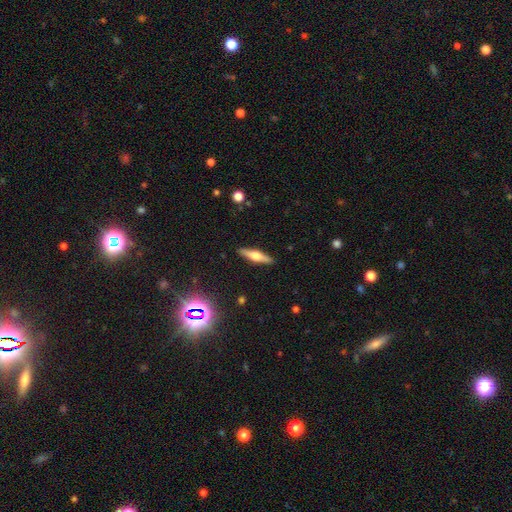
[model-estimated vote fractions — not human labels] This appears to be a featured or disk galaxy (58%) viewed edge-on (96%) with a rounded central bulge (91%). Merging: none (90%).